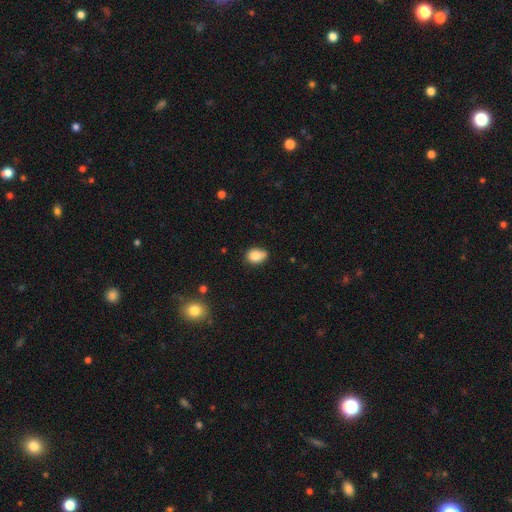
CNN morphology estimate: Smooth or featured: smooth — 84% (star or artifact — 9%)
How rounded: in between — 75% (round — 23%)
Merging: none — 56% (minor disturbance — 34%)